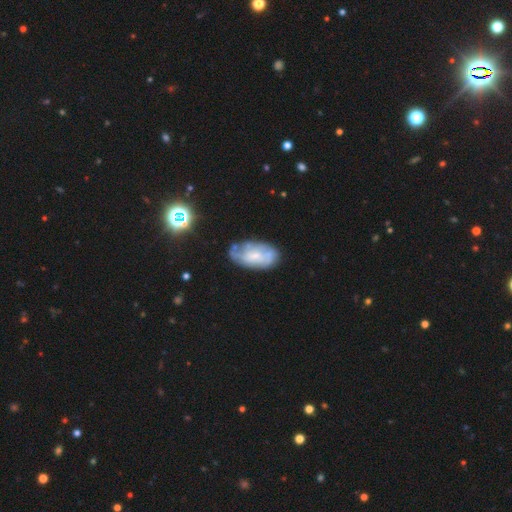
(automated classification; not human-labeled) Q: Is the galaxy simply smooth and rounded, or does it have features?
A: featured or disk — 57%.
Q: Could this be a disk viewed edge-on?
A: no — 95%.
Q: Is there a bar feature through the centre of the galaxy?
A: no — 71%.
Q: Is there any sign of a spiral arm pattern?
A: yes — 60%.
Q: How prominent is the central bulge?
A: small — 52%.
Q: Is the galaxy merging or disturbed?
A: none — 53%.